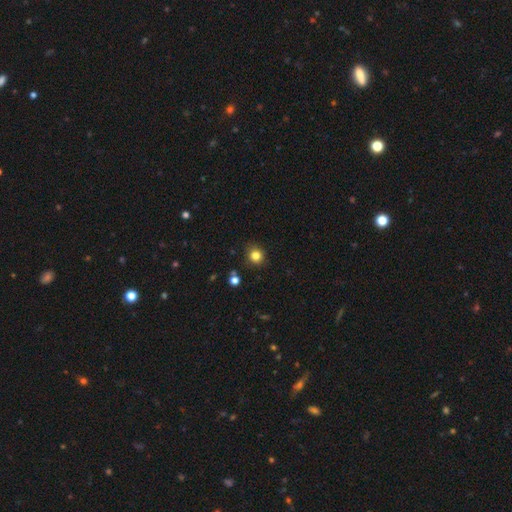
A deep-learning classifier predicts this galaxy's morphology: Smooth or featured? smooth (82%)
How rounded? round (88%)
Merging? none (88%)